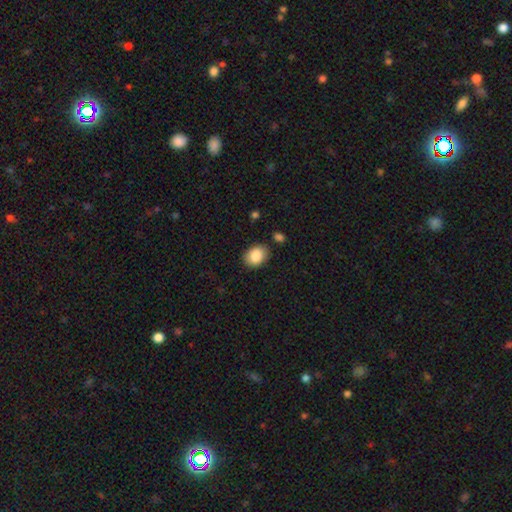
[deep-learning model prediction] The model was most divided on "how rounded": in between: 66%, round: 33%, cigar-shaped: 1%. More confident: smooth or featured — smooth (87%); merging — none (83%).